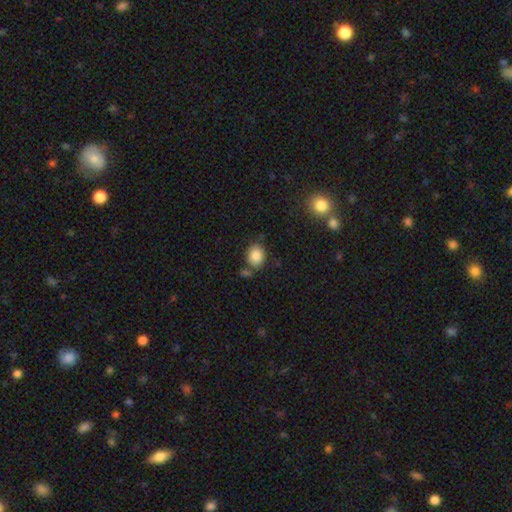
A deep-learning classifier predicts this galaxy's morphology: smooth 86%, star or artifact 9%, featured or disk 5%. Down the decision tree: how rounded — in between (51%); merging — none (71%).